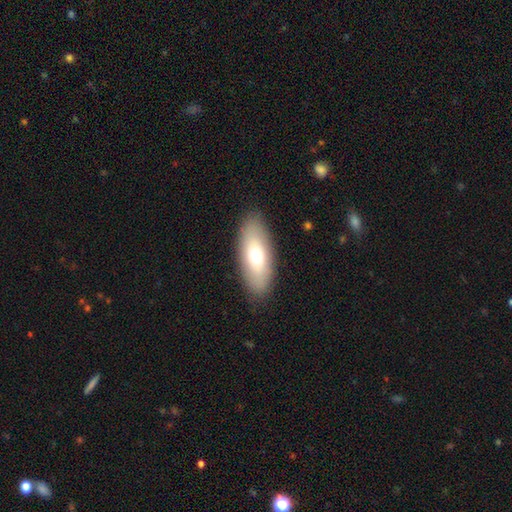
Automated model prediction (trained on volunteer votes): Overall: smooth (66%; featured or disk 27%). How rounded: in between (80%). Merging: none (88%).